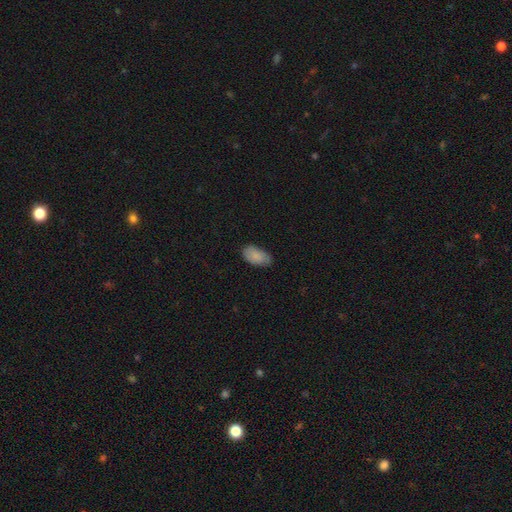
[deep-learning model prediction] smooth_or_featured: smooth (p=0.84) [alt: featured or disk p=0.09]
how_rounded: in between (p=0.94) [alt: round p=0.04]
merging: none (p=0.70) [alt: minor disturbance p=0.25]